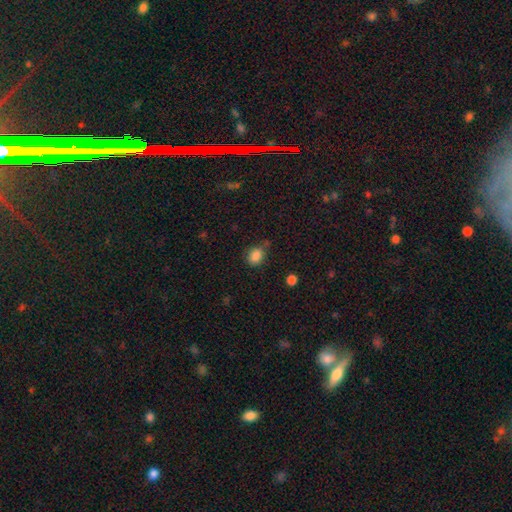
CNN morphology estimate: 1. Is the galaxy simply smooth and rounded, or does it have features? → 85% smooth, 10% star or artifact, 4% featured or disk.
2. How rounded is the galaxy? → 59% in between, 40% round, 1% cigar-shaped.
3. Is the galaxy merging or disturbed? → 67% none, 22% minor disturbance, 6% major disturbance, 6% merger.